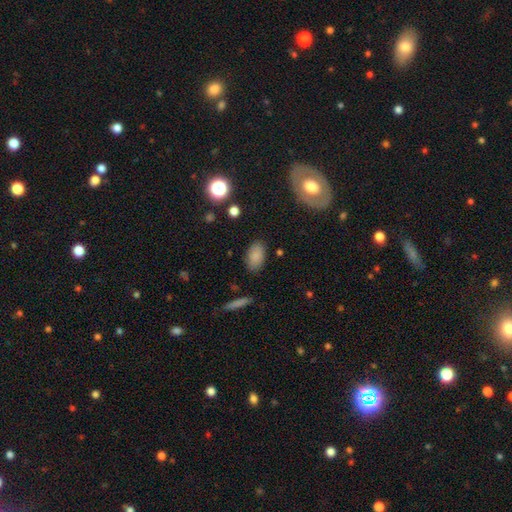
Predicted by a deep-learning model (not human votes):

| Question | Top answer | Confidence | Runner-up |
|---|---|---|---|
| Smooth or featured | smooth | 86% | star or artifact (9%) |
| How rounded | in between | 92% | round (6%) |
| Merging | none | 85% | minor disturbance (11%) |